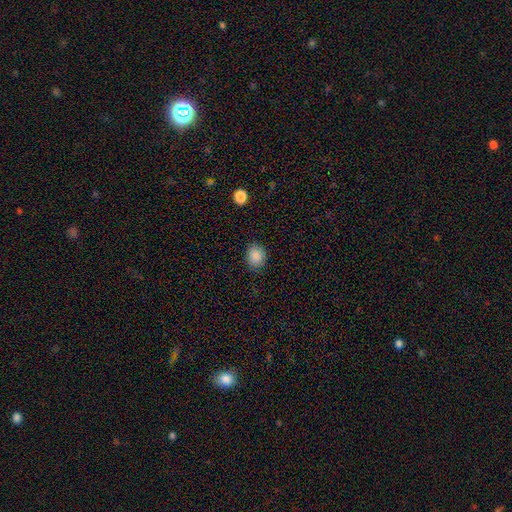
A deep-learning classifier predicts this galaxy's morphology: smooth-or-featured: smooth: 88% | star or artifact: 9% | featured or disk: 3%
  how-rounded: round: 63% | in between: 36% | cigar-shaped: 1%
  merging: none: 86% | minor disturbance: 10% | major disturbance: 3% | merger: 1%